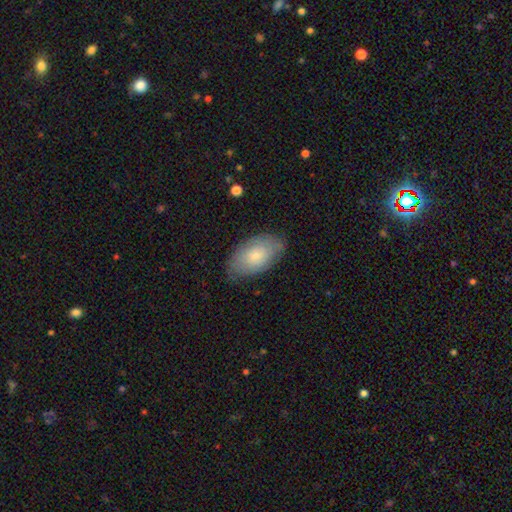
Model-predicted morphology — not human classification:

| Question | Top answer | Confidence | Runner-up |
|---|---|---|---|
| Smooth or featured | smooth | 70% | featured or disk (24%) |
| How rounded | in between | 94% | round (5%) |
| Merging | none | 75% | minor disturbance (20%) |